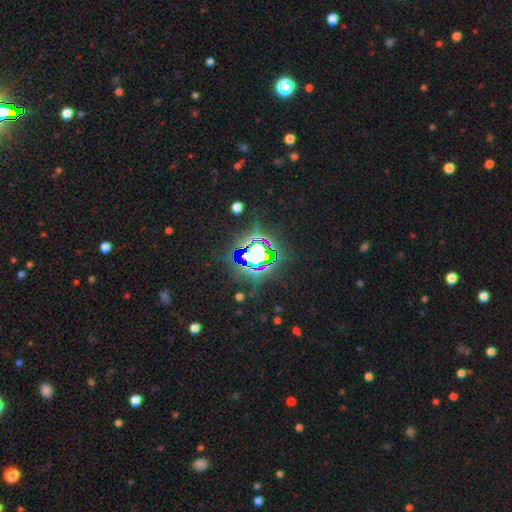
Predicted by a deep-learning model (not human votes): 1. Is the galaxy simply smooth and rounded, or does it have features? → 77% star or artifact, 12% smooth, 11% featured or disk.